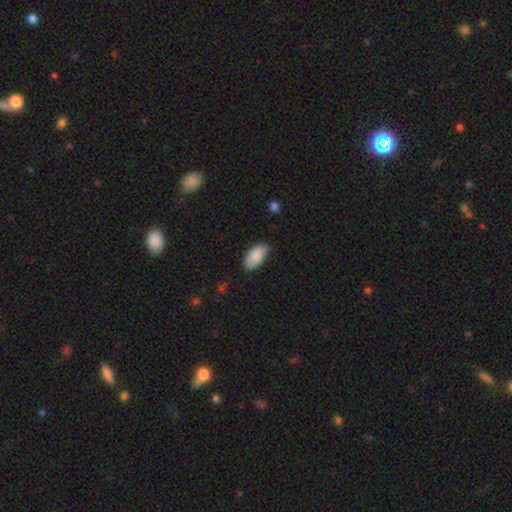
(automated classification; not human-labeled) smooth 87%, featured or disk 7%, star or artifact 7%. Down the decision tree: how rounded — in between (94%); merging — none (66%).